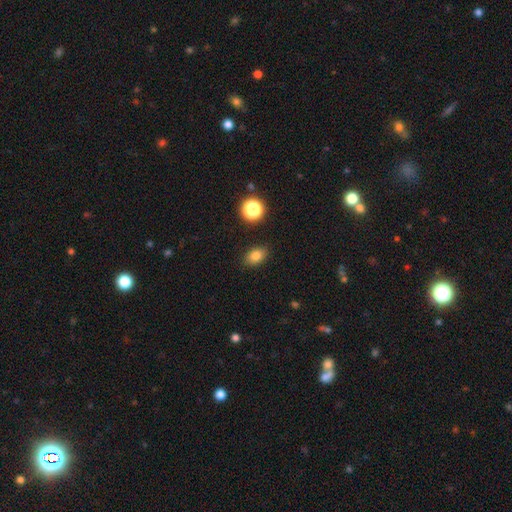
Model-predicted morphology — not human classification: This appears to be a smooth galaxy with no disk features (81%) that is in between round and cigar-shaped (75%). Merging: none (86%).